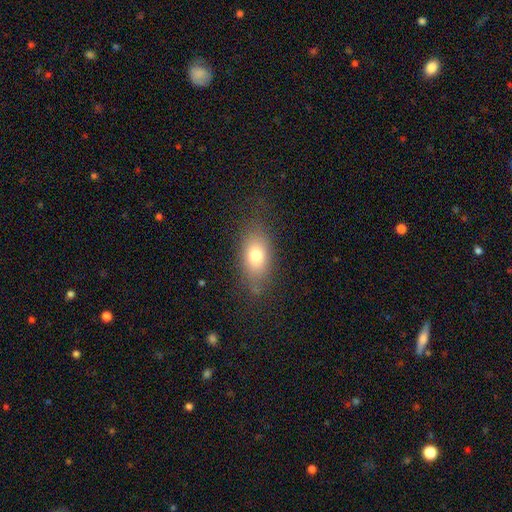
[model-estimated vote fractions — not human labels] Smooth or featured? Predicted: smooth (p=0.74). How rounded? Predicted: in between (p=0.82). Merging? Predicted: none (p=0.76).